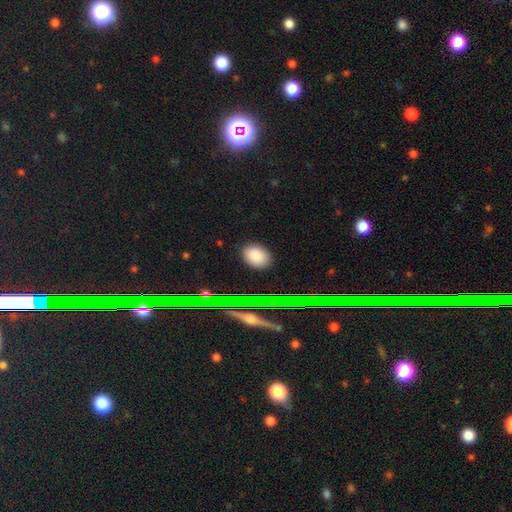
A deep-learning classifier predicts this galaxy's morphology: type=smooth (83%); roundness=in between (54%); merging=none (88%).